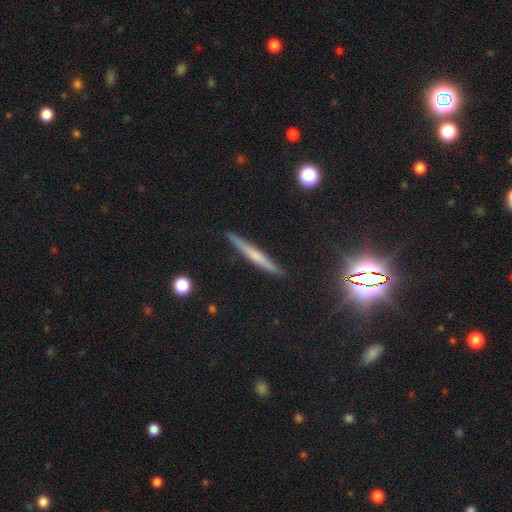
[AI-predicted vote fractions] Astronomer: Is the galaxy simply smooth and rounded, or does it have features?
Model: featured or disk — 45% (runner-up: smooth, 42%).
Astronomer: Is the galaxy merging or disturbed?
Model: none — 90%.